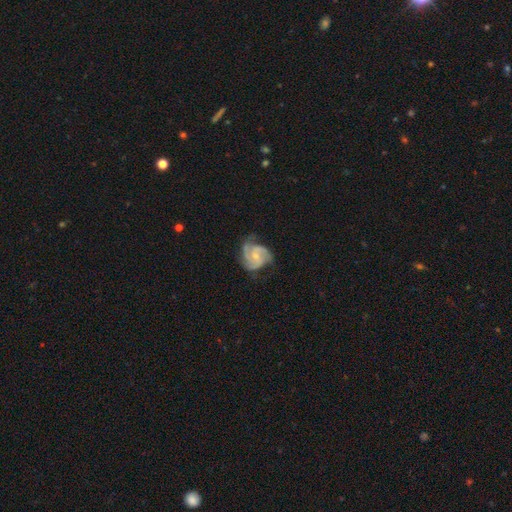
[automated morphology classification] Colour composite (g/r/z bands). It shows a featured or disk galaxy (85%) with no bar (60%), 3 (57%) medium (50%) spiral arms (97%) and a small central bulge (61%). Merging: none (63%).